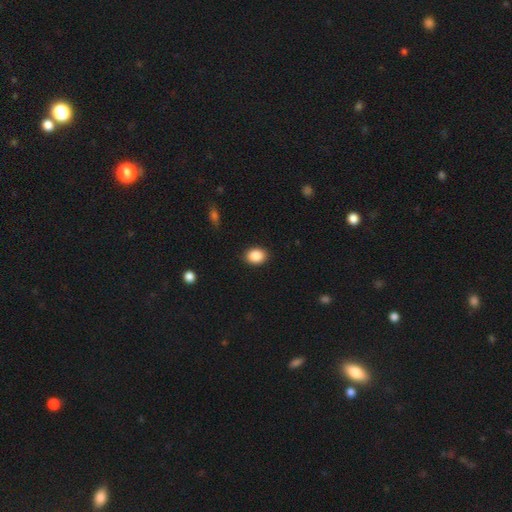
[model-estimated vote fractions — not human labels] This appears to be a smooth galaxy with no disk features (88%) that is in between round and cigar-shaped (55%). Merging: none (88%).